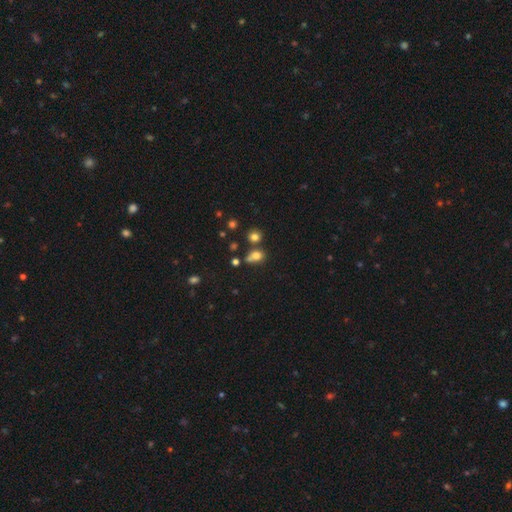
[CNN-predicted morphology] Overall: smooth (75%). How rounded: in between (57%; round 40%). Merging: none (43%; merger 26%).